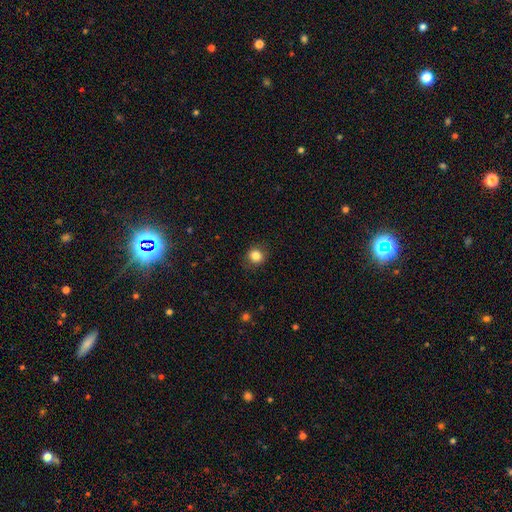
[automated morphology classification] smooth_or_featured: smooth (p=0.84) [alt: star or artifact p=0.11]
how_rounded: round (p=0.84) [alt: in between p=0.15]
merging: none (p=0.87) [alt: minor disturbance p=0.09]